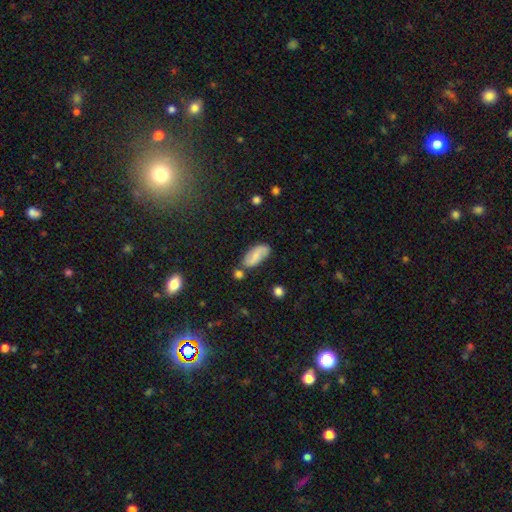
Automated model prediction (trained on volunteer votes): Smooth or featured?
  - smooth: 49% *
  - featured or disk: 43%
  - star or artifact: 8%
Merging?
  - none: 71% *
  - minor disturbance: 17%
  - merger: 8%
  - major disturbance: 4%